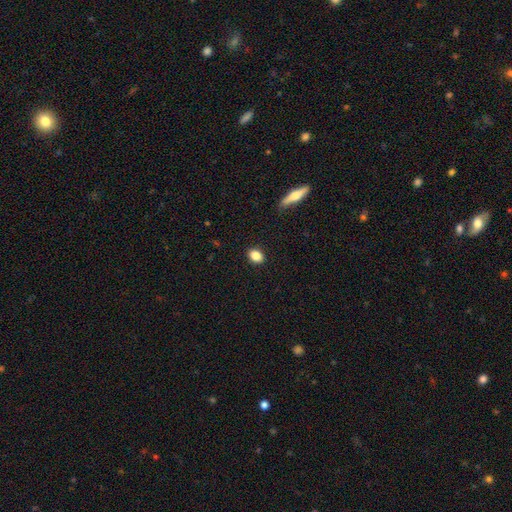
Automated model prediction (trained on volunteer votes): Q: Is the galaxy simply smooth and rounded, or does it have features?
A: smooth — 86%.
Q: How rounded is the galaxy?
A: in between — 67%.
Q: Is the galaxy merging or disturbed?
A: none — 90%.